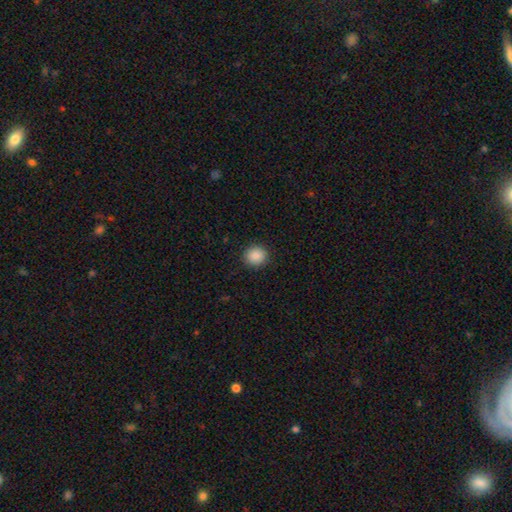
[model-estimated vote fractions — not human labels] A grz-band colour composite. It shows a smooth galaxy with no disk features (88%) that is round (89%). Merging: none (91%).